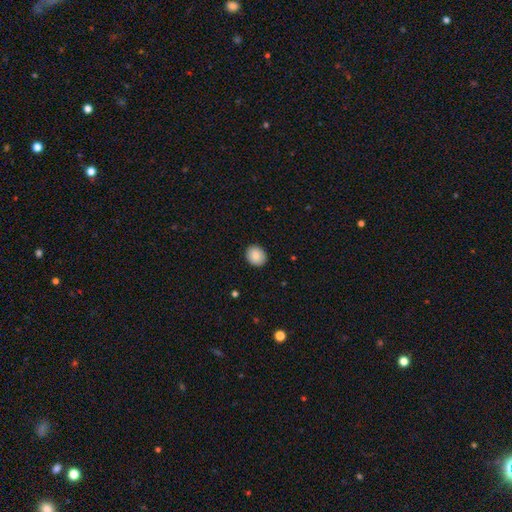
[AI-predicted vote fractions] Overall: smooth (86%). How rounded: round (69%; in between 30%). Merging: none (90%).